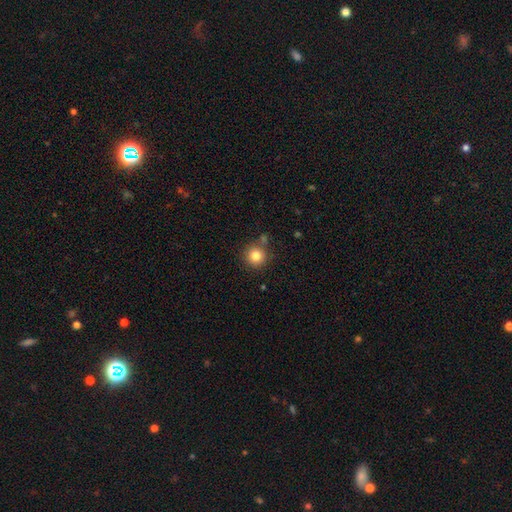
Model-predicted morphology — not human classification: smooth_or_featured: smooth (p=0.83) [alt: star or artifact p=0.11]
how_rounded: round (p=0.95) [alt: in between p=0.04]
merging: none (p=0.80) [alt: minor disturbance p=0.09]